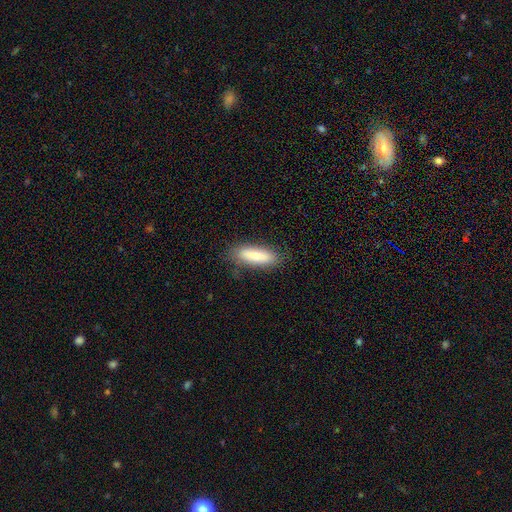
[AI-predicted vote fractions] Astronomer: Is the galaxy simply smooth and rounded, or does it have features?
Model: smooth — 77%.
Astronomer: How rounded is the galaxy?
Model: in between — 53% (runner-up: cigar-shaped, 45%).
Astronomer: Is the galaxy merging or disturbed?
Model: none — 80%.